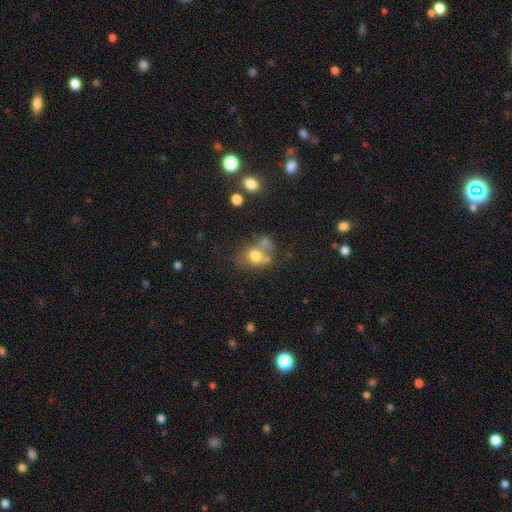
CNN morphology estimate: Q: Smooth or featured?
A: smooth (68%); runner-up: featured or disk (19%)
Q: How rounded?
A: round (58%); runner-up: in between (41%)
Q: Merging?
A: none (39%); runner-up: merger (32%)